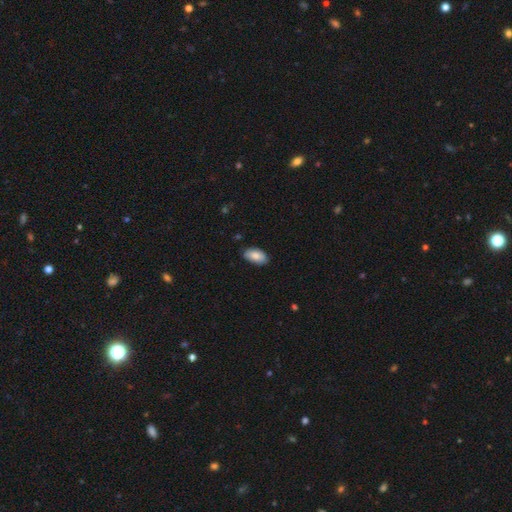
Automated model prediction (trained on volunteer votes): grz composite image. It shows a smooth galaxy with no disk features (84%) that is in between round and cigar-shaped (95%). Merging: none (84%).